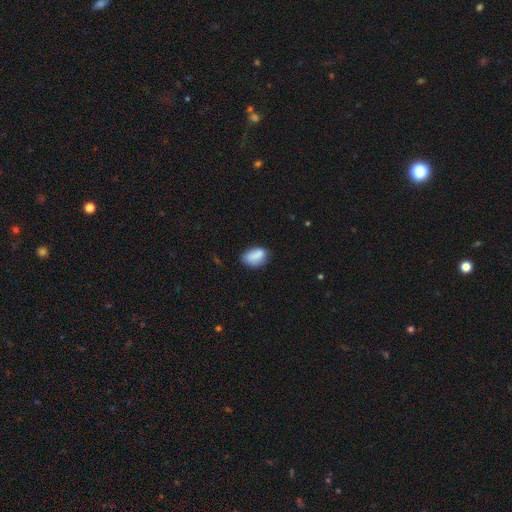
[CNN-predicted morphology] Smooth or featured? smooth (85%)
How rounded? in between (86%)
Merging? none (64%)